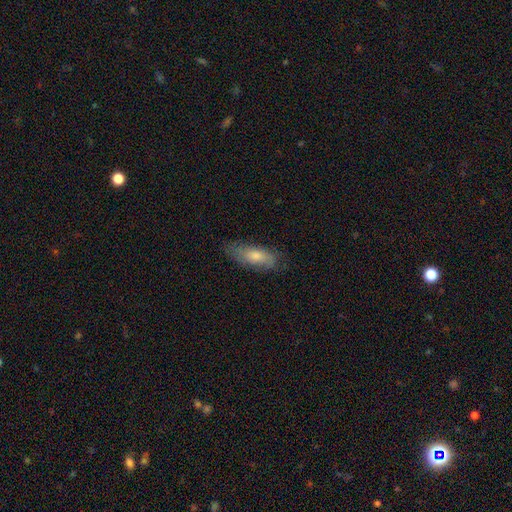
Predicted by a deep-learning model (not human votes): Smooth or featured? smooth (60%)
How rounded? in between (65%)
Merging? none (74%)